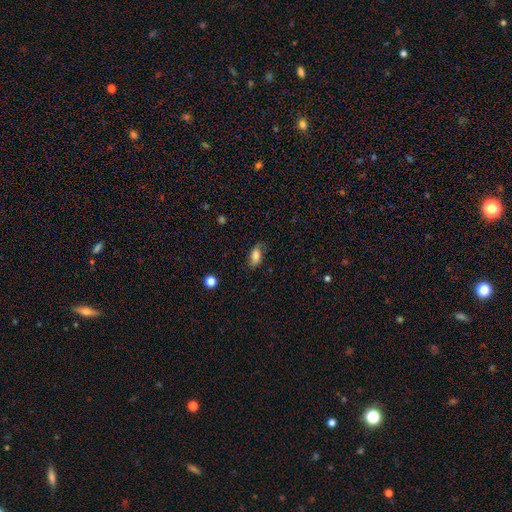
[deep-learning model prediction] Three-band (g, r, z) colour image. It shows a smooth galaxy with no disk features (72%) that is in between round and cigar-shaped (88%). Merging: none (72%).